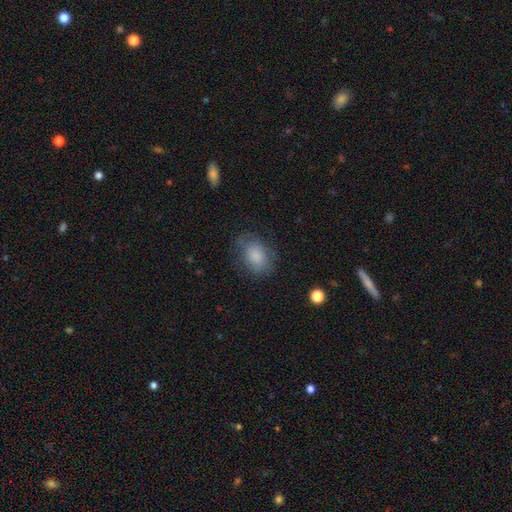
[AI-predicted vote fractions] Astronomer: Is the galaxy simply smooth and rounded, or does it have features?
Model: smooth — 81%.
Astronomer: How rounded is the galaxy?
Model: in between — 71%.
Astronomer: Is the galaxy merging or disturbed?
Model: none — 70%.